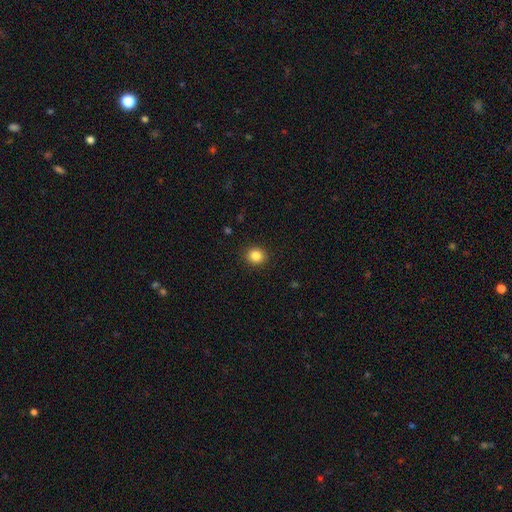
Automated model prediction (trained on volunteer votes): Smooth or featured: smooth — 85% (star or artifact — 10%)
How rounded: round — 82% (in between — 17%)
Merging: none — 91% (minor disturbance — 6%)